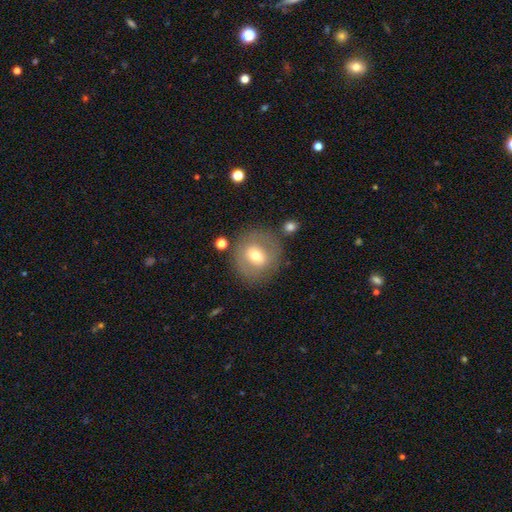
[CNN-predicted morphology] A smooth galaxy with no disk features (56%) that is round (81%).

Vote fractions:
- Smooth or featured? smooth: 56% / featured or disk: 35% / star or artifact: 8%
- How rounded? round: 81% / in between: 18% / cigar-shaped: 1%
- Merging? none: 78% / minor disturbance: 12% / major disturbance: 6% / merger: 4%